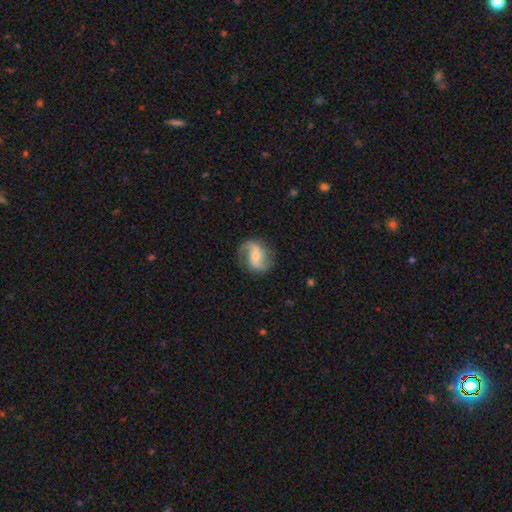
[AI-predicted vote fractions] featured or disk 83%, smooth 12%, star or artifact 5%. Down the decision tree: edge-on disk — no (98%); bar — weak (42%); spiral arms — yes (96%); spiral arm count — 2 (89%); spiral winding — loose (55%); bulge size — small (49%); merging — none (79%).